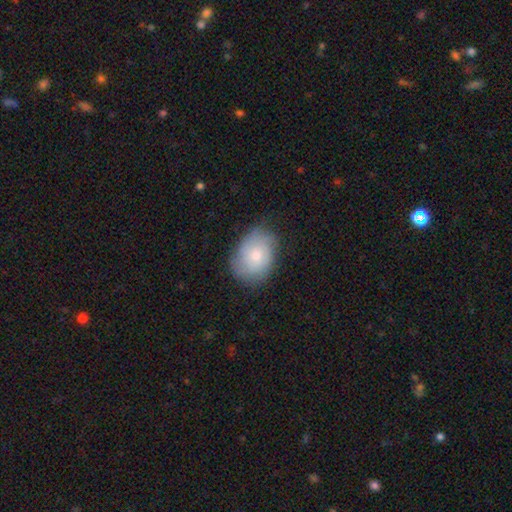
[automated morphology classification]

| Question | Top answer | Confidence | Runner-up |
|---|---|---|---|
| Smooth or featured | smooth | 58% | featured or disk (35%) |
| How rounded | in between | 71% | round (28%) |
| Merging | none | 71% | minor disturbance (23%) |